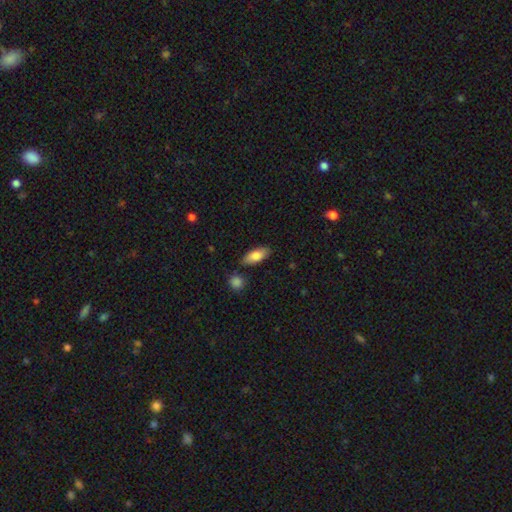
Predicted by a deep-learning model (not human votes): Q: Smooth or featured?
A: smooth (79%); runner-up: featured or disk (14%)
Q: How rounded?
A: in between (80%); runner-up: cigar-shaped (17%)
Q: Merging?
A: none (81%); runner-up: minor disturbance (12%)